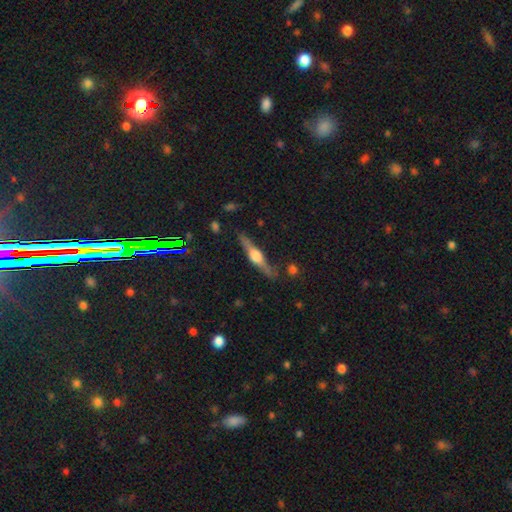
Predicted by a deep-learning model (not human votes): smooth-or-featured: featured or disk: 72% | smooth: 22% | star or artifact: 6%
  disk-edge-on: yes: 97% | no: 3%
    edge-on-bulge: rounded: 90% | boxy: 8% | none: 2%
  merging: none: 84% | minor disturbance: 11% | major disturbance: 3% | merger: 2%